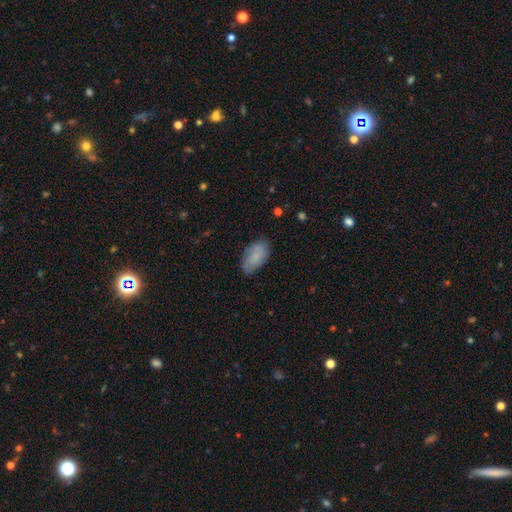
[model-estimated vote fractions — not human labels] smooth_or_featured: smooth (p=0.77) [alt: featured or disk p=0.15]
how_rounded: in between (p=0.94) [alt: round p=0.03]
merging: none (p=0.76) [alt: minor disturbance p=0.19]